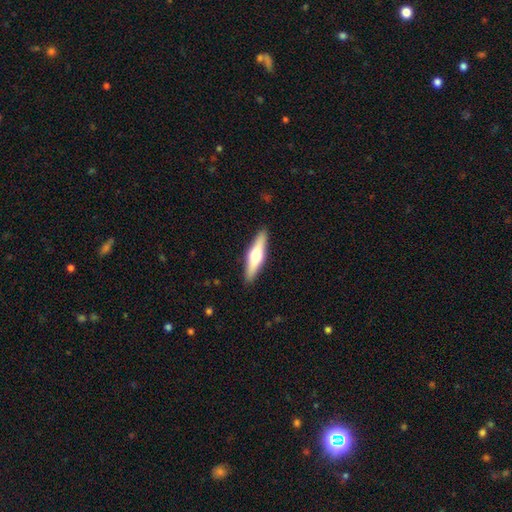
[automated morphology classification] Smooth or featured? Predicted: featured or disk (p=0.51). Edge-on disk? Predicted: yes (p=0.94). Merging? Predicted: none (p=0.91).